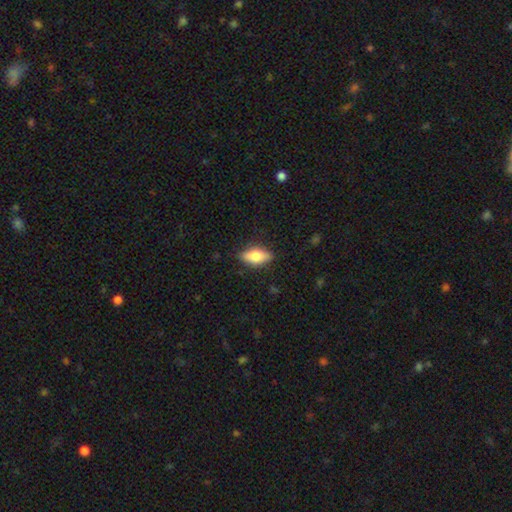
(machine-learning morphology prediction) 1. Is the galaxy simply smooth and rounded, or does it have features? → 73% smooth, 20% featured or disk, 7% star or artifact.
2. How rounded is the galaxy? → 84% in between, 12% cigar-shaped, 4% round.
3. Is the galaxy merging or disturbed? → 83% none, 13% minor disturbance, 3% major disturbance, 1% merger.